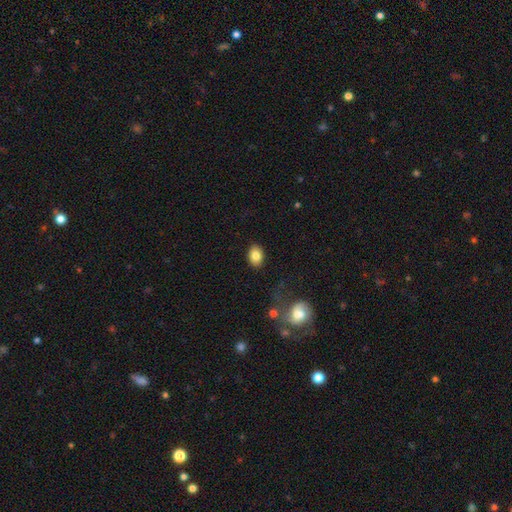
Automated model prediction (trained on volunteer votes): Overall: smooth (83%). How rounded: in between (72%). Merging: none (87%).